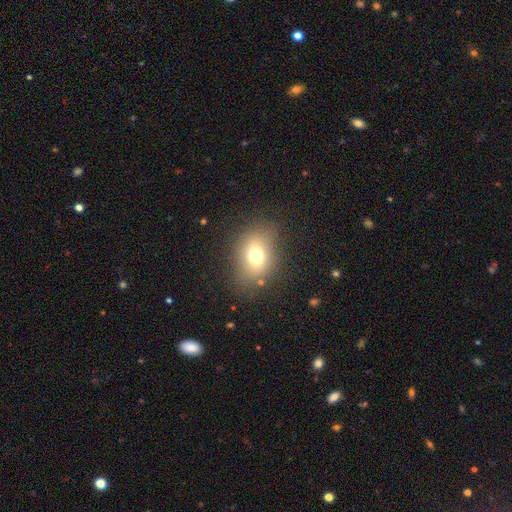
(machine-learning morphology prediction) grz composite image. It shows a smooth galaxy with no disk features (71%) that is in between round and cigar-shaped (67%). Merging: none (76%).